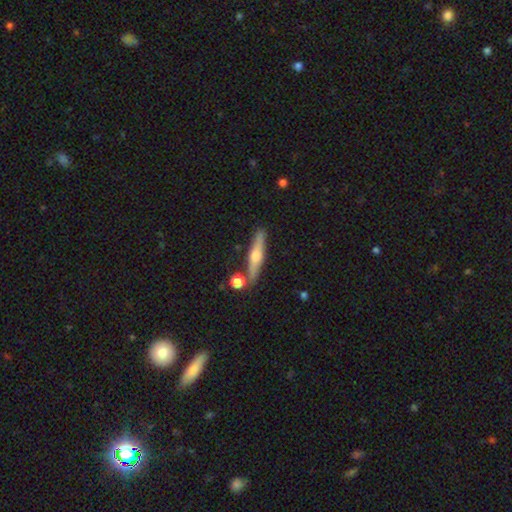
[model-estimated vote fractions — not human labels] Morphology: type=featured or disk (62%); edge-on=yes (96%); edge-on bulge=rounded (90%); merging=none (82%).